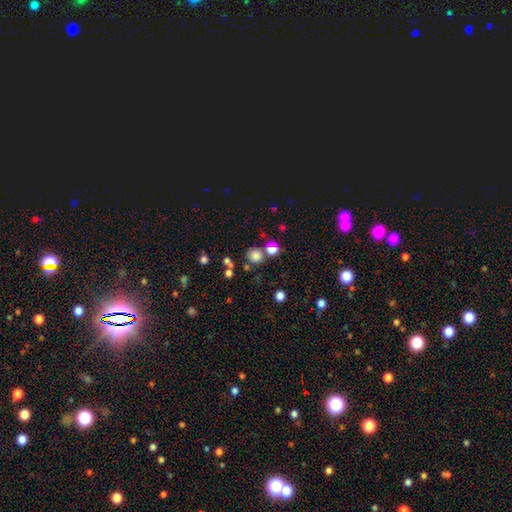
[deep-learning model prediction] Morphology: type=smooth (76%); roundness=round (86%); merging=none (71%).